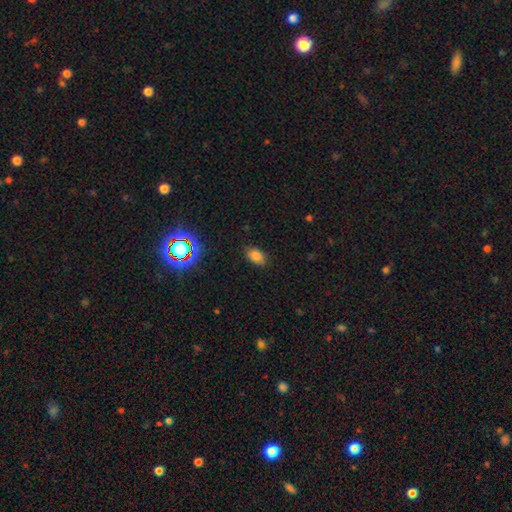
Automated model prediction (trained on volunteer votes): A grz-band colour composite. It shows a smooth galaxy with no disk features (81%) that is in between round and cigar-shaped (89%). Merging: none (86%).